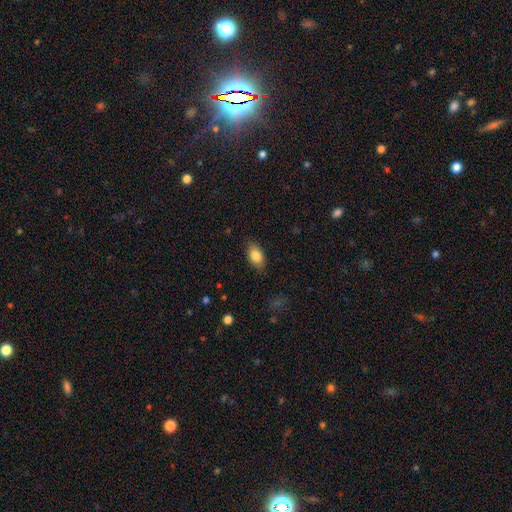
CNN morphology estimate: Smooth or featured? smooth (84%)
How rounded? in between (91%)
Merging? none (85%)